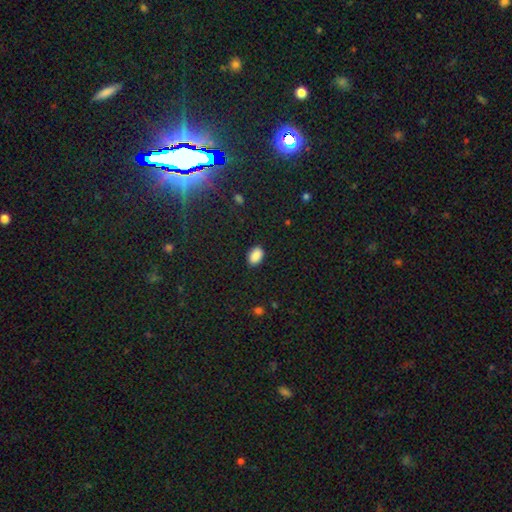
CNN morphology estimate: Q: Smooth or featured?
A: smooth (88%); runner-up: star or artifact (8%)
Q: How rounded?
A: in between (88%); runner-up: round (11%)
Q: Merging?
A: none (87%); runner-up: minor disturbance (10%)